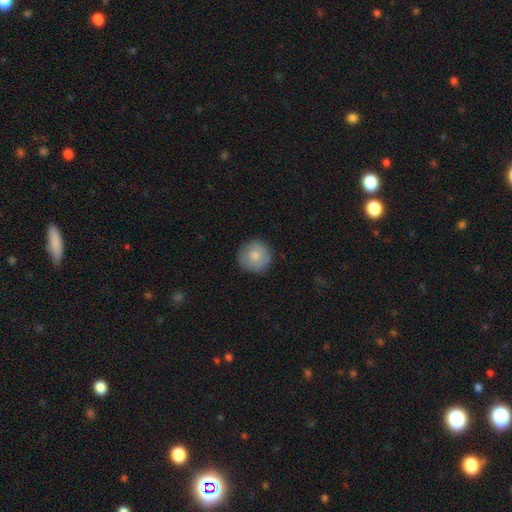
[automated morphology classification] A smooth galaxy with no disk features (78%) that is round (95%). Merging: none (85%).